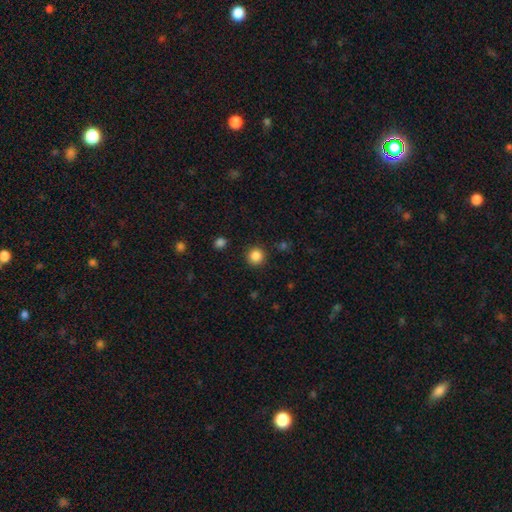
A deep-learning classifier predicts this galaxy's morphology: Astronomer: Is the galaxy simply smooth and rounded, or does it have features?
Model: smooth — 86%.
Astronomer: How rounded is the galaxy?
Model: round — 94%.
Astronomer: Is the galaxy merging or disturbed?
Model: none — 90%.